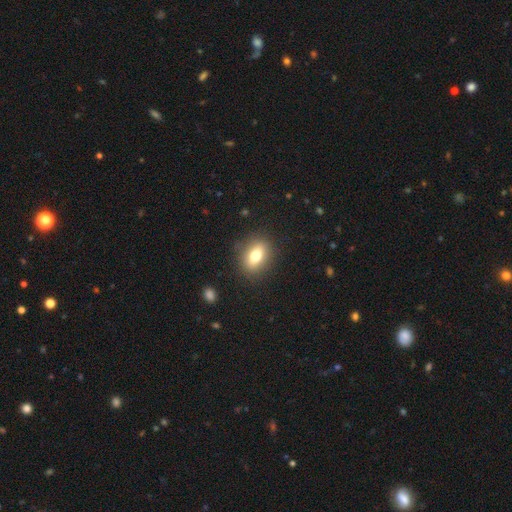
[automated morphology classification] Smooth or featured?
  - smooth: 75% *
  - featured or disk: 16%
  - star or artifact: 9%
How rounded?
  - in between: 73% *
  - round: 23%
  - cigar-shaped: 4%
Merging?
  - none: 86% *
  - minor disturbance: 10%
  - major disturbance: 3%
  - merger: 1%